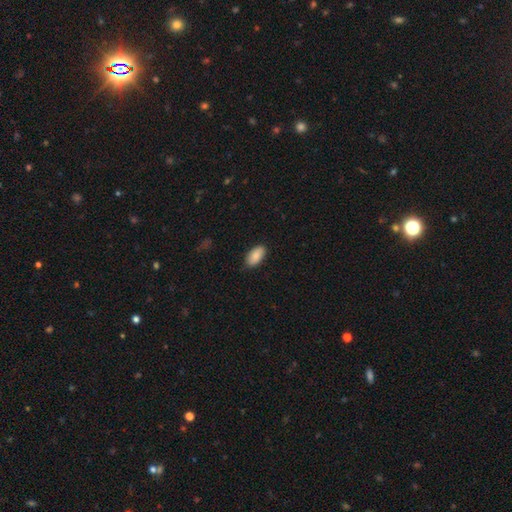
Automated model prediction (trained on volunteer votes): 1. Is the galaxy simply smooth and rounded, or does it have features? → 88% smooth, 6% star or artifact, 6% featured or disk.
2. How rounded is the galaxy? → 95% in between, 3% round, 3% cigar-shaped.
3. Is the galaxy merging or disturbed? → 84% none, 12% minor disturbance, 2% major disturbance, 1% merger.